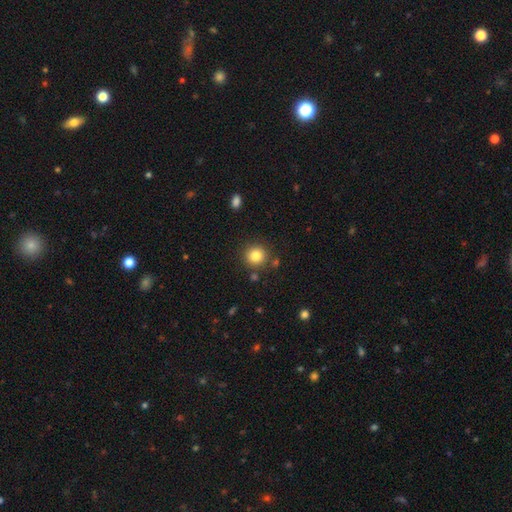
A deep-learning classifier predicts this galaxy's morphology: Smooth or featured: smooth — 83% (star or artifact — 11%)
How rounded: round — 92% (in between — 7%)
Merging: none — 86% (minor disturbance — 7%)